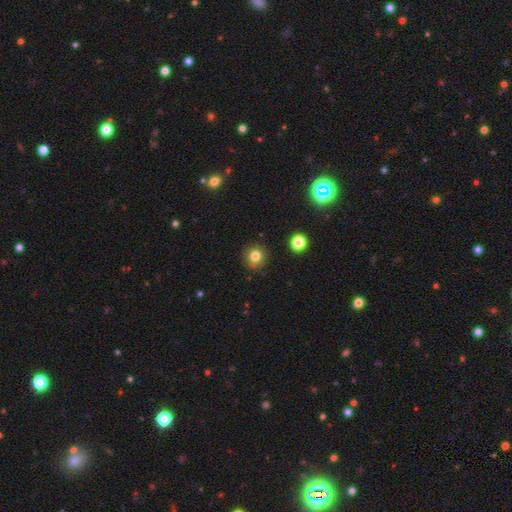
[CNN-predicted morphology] The model was most divided on "smooth or featured": smooth: 80%, star or artifact: 12%, featured or disk: 8%. More confident: how rounded — round (91%); merging — none (89%).